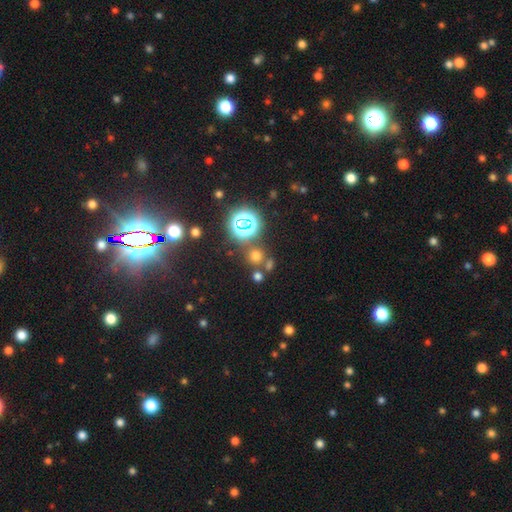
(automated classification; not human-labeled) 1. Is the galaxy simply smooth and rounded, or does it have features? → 57% smooth, 36% star or artifact, 7% featured or disk.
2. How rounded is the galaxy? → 90% round, 8% in between, 1% cigar-shaped.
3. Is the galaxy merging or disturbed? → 72% none, 16% merger, 8% minor disturbance, 4% major disturbance.